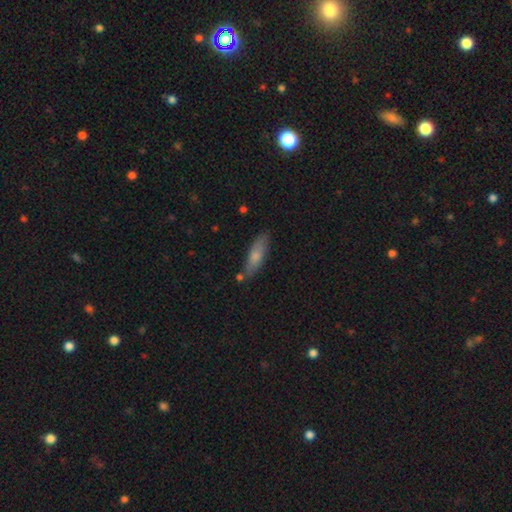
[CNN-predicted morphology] smooth 72%, featured or disk 22%, star or artifact 6%. Down the decision tree: how rounded — cigar-shaped (54%); merging — none (74%).